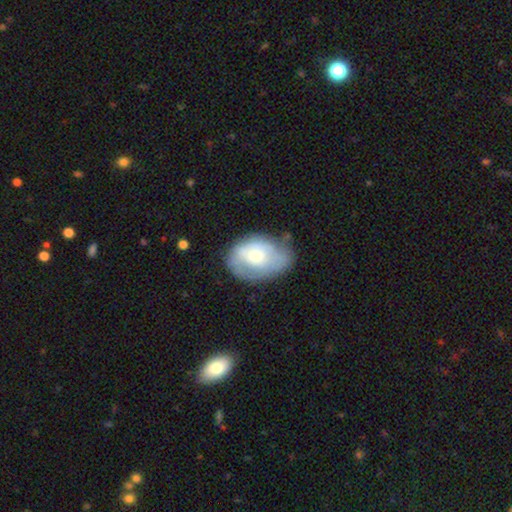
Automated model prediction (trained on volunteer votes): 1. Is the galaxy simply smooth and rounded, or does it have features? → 48% smooth, 45% featured or disk, 7% star or artifact.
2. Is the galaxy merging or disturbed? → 46% none, 37% minor disturbance, 14% major disturbance, 3% merger.